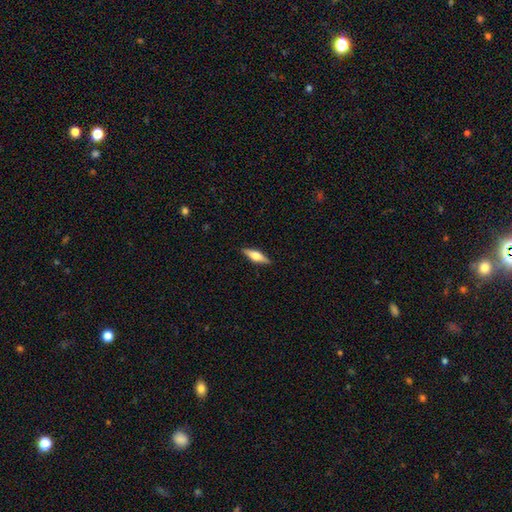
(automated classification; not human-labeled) Smooth or featured?
  - featured or disk: 49% *
  - smooth: 45%
  - star or artifact: 6%
Merging?
  - none: 89% *
  - minor disturbance: 8%
  - major disturbance: 2%
  - merger: 1%